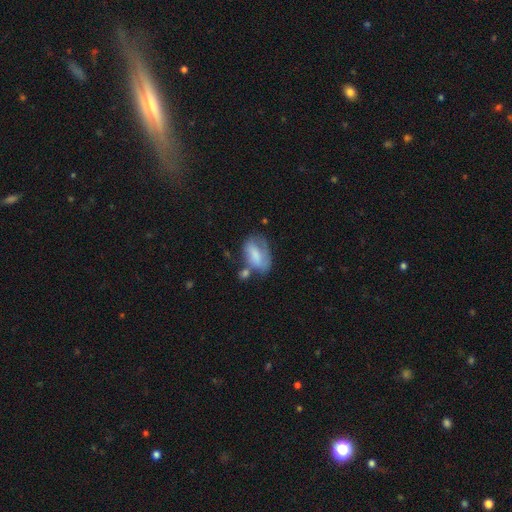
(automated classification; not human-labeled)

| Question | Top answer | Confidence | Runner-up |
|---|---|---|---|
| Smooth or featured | smooth | 61% | featured or disk (31%) |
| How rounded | in between | 87% | round (10%) |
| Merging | none | 31% | minor disturbance (28%) |